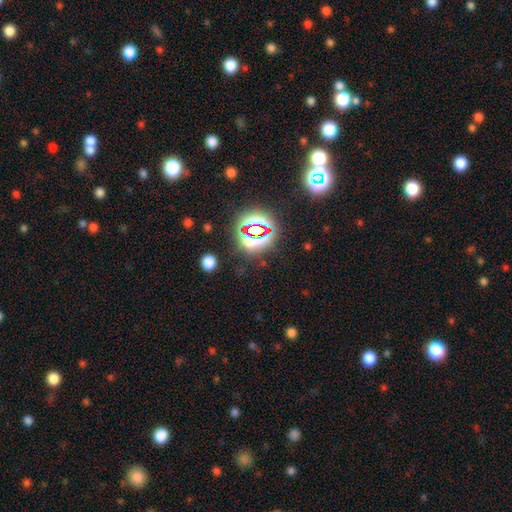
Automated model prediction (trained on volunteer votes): A star or artifact, not a galaxy (77%).